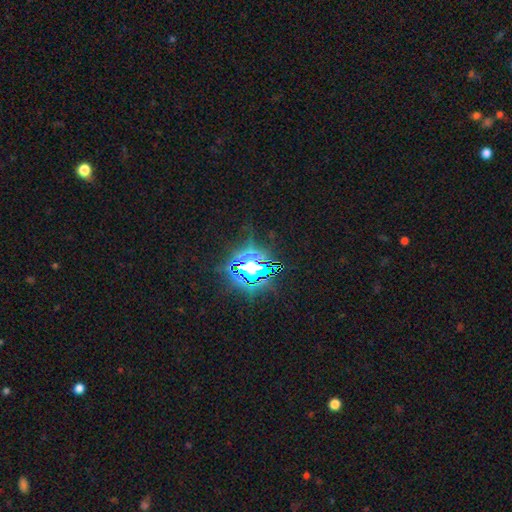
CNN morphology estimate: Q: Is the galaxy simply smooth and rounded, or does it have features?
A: star or artifact — 83%.